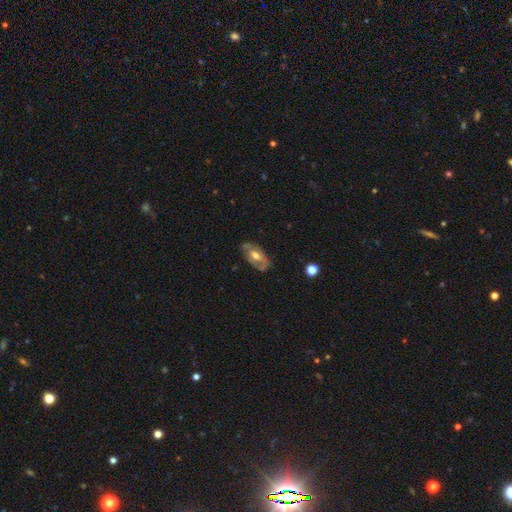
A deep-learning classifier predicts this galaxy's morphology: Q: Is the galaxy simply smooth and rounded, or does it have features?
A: featured or disk — 67%.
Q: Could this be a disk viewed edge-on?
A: no — 89%.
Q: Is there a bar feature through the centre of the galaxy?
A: no — 48%.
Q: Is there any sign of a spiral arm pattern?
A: yes — 55%.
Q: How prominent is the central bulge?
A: moderate — 69%.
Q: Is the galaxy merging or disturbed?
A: none — 71%.